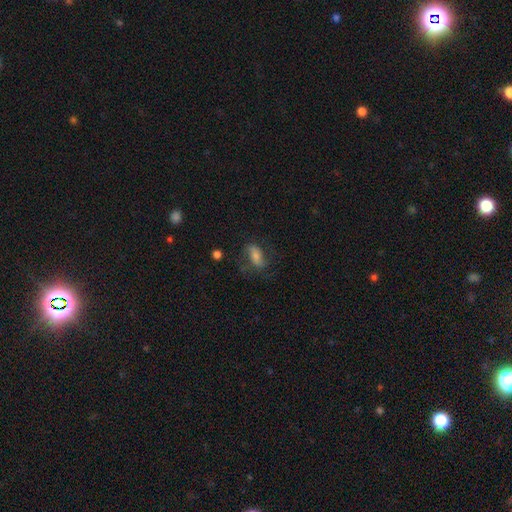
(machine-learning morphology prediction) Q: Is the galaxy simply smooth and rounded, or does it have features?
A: smooth — 50%.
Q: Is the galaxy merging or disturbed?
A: none — 64%.